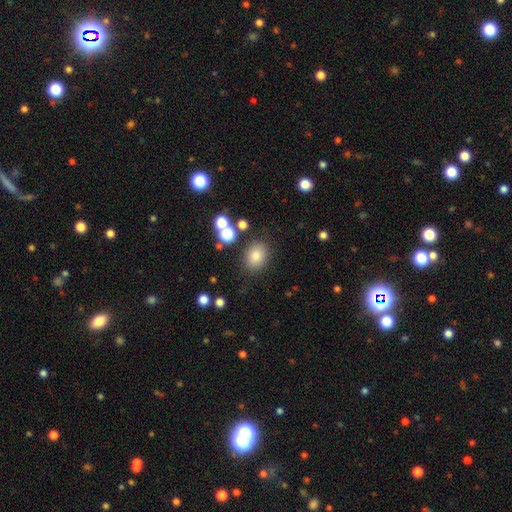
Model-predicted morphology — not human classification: The model was most divided on "how rounded": round: 51%, in between: 48%, cigar-shaped: 1%. More confident: merging — none (82%); smooth or featured — smooth (79%).